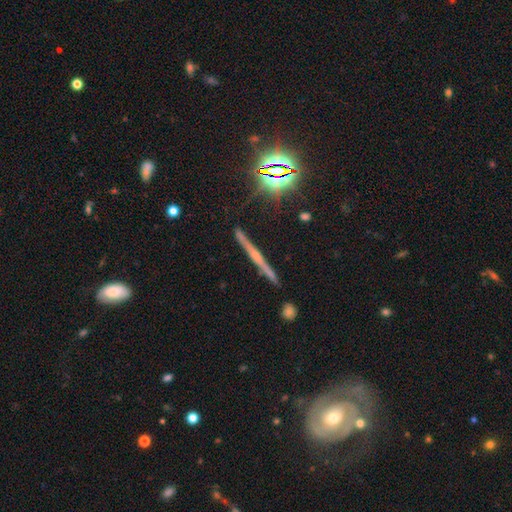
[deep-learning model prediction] Smooth or featured: featured or disk — 57% (smooth — 26%)
Edge-on disk: yes — 96% (no — 4%)
Edge-on bulge: none — 49% (rounded — 36%)
Merging: none — 87% (minor disturbance — 9%)